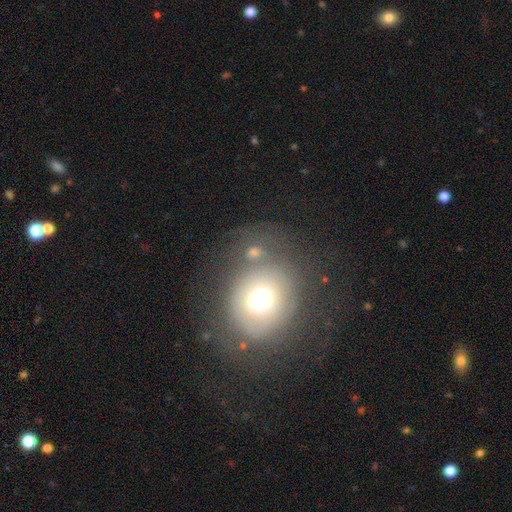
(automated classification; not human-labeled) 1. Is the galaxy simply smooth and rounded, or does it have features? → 54% smooth, 30% featured or disk, 16% star or artifact.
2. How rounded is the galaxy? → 78% round, 21% in between, 1% cigar-shaped.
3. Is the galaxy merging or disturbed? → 63% none, 16% minor disturbance, 12% major disturbance, 9% merger.